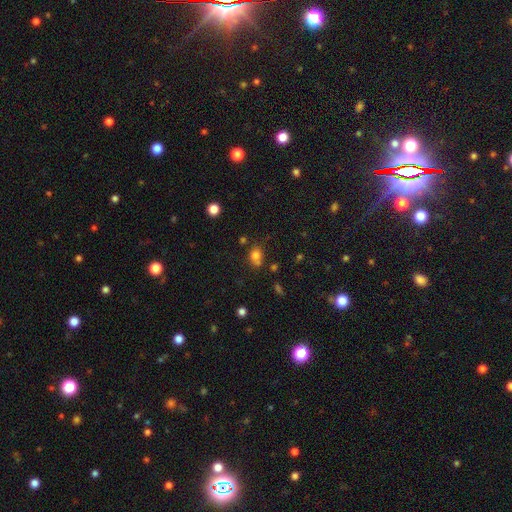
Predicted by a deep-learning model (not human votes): The model was most divided on "how rounded": round: 55%, in between: 44%, cigar-shaped: 1%. More confident: smooth or featured — smooth (76%); merging — none (56%).